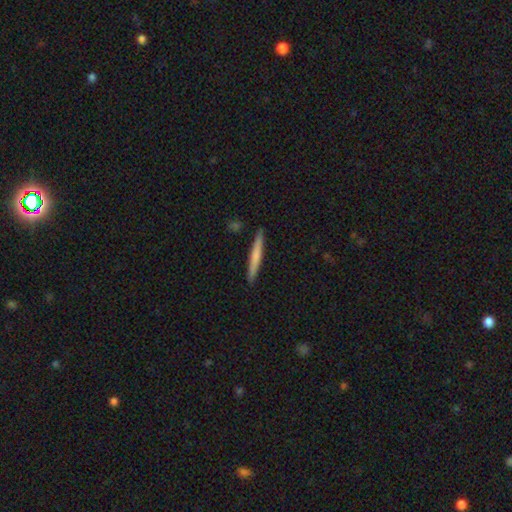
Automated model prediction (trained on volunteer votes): This appears to be a smooth galaxy with no disk features (65%) that is cigar-shaped (96%). Merging: none (91%).